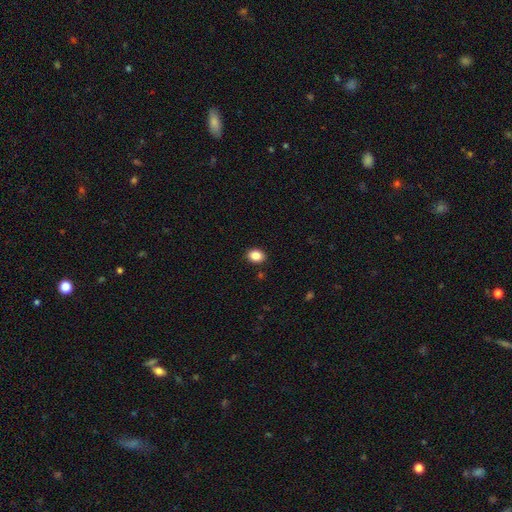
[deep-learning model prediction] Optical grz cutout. It shows a smooth galaxy with no disk features (87%) that is in between round and cigar-shaped (56%). Merging: none (90%).